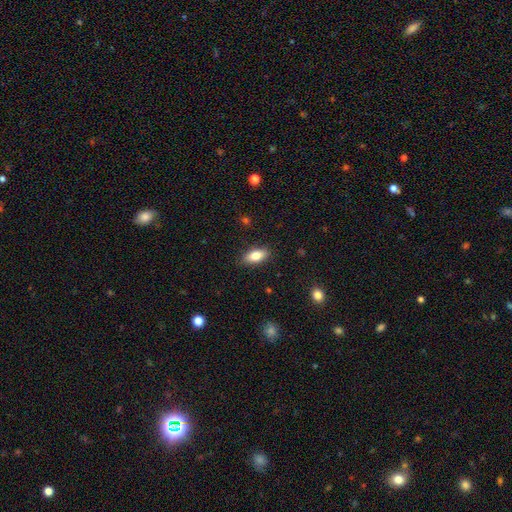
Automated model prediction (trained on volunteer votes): Morphology: type=smooth (81%); roundness=in between (86%); merging=none (88%).